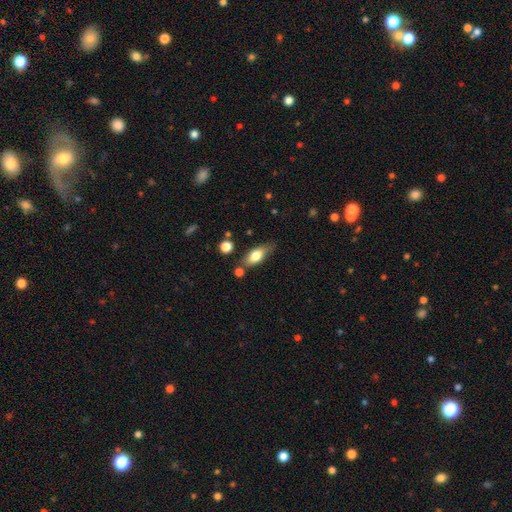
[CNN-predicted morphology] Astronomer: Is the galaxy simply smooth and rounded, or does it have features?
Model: smooth — 71%.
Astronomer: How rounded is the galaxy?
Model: in between — 78%.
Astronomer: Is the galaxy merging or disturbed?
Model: none — 66%.